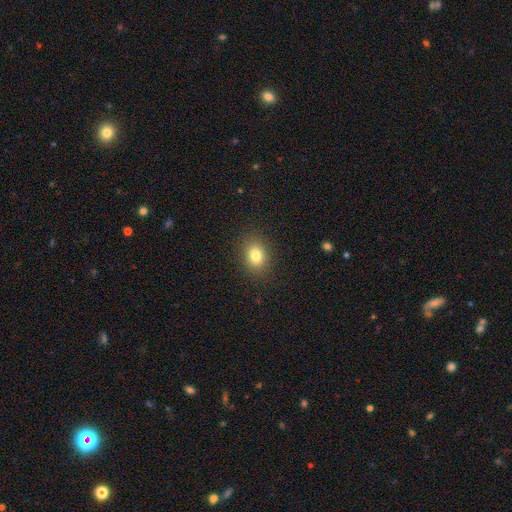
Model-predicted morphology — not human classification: A smooth galaxy with no disk features (81%) that is in between round and cigar-shaped (56%).

Vote fractions:
- Smooth or featured? smooth: 81% / star or artifact: 11% / featured or disk: 8%
- How rounded? in between: 56% / round: 43% / cigar-shaped: 1%
- Merging? none: 88% / minor disturbance: 8% / major disturbance: 3% / merger: 1%